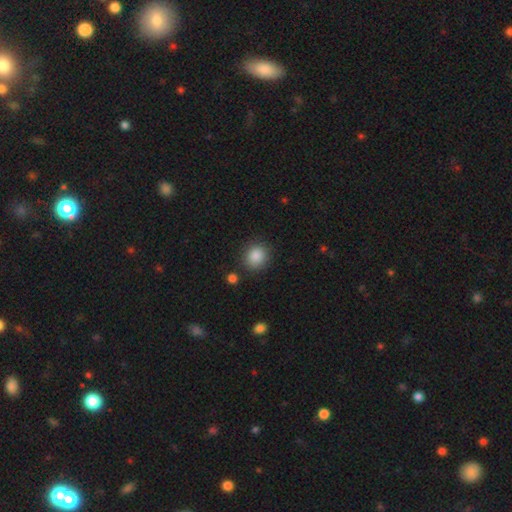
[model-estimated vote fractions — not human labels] Smooth or featured? Predicted: smooth (p=0.87). How rounded? Predicted: round (p=0.79). Merging? Predicted: none (p=0.85).